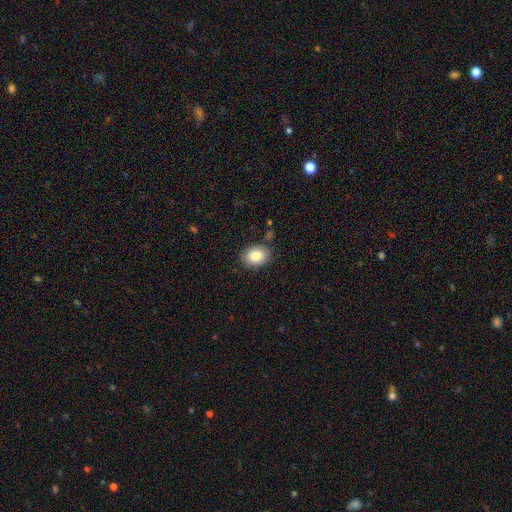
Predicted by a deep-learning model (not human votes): smooth 85%, star or artifact 8%, featured or disk 7%. Down the decision tree: how rounded — in between (58%); merging — none (83%).